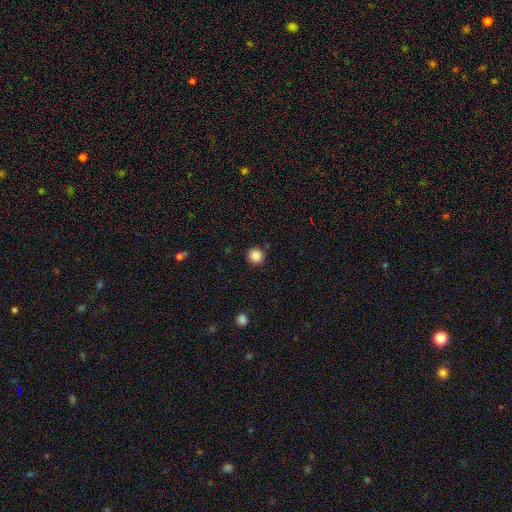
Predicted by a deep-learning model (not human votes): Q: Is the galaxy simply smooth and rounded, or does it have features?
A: smooth — 85%.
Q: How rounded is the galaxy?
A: round — 95%.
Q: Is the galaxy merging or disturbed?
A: none — 89%.